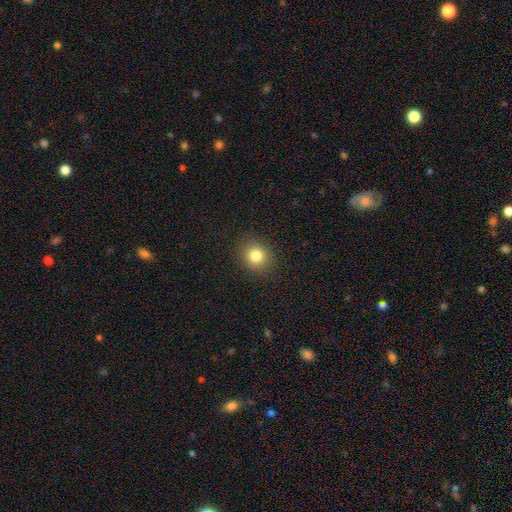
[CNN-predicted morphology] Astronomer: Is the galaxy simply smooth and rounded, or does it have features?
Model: smooth — 81%.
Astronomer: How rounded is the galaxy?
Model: round — 80%.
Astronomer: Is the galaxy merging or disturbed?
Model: none — 89%.